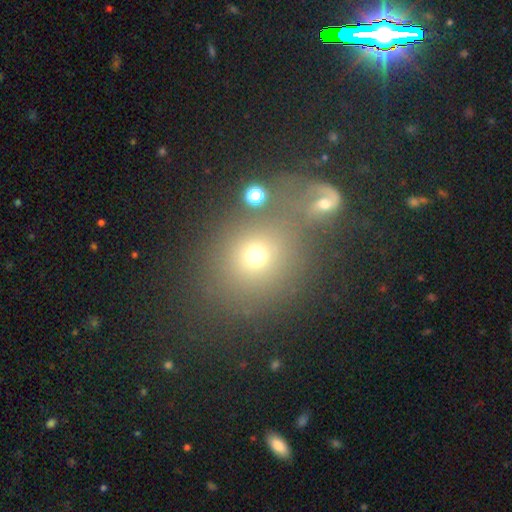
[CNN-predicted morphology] Overall: smooth (68%). How rounded: round (76%). Merging: none (50%; merger 31%).